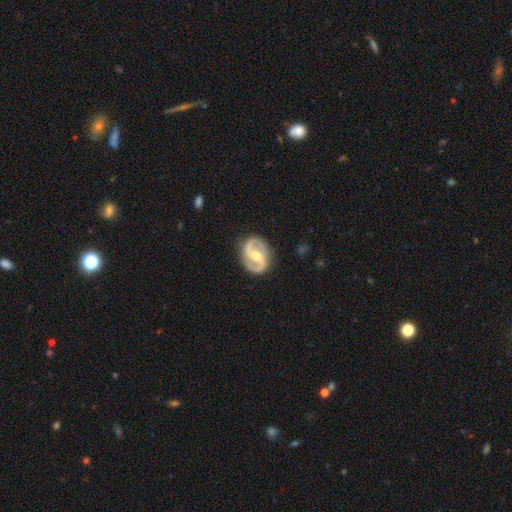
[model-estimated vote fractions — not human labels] smooth_or_featured: featured or disk (p=0.92) [alt: smooth p=0.05]
disk_edge_on: no (p=0.98) [alt: yes p=0.02]
bar: weak (p=0.39) [alt: strong p=0.36]
has_spiral_arms: yes (p=0.98) [alt: no p=0.02]
spiral_winding: medium (p=0.57) [alt: tight p=0.23]
spiral_arm_count: 2 (p=0.94) [alt: can't tell p=0.02]
bulge_size: moderate (p=0.63) [alt: small p=0.32]
merging: none (p=0.87) [alt: minor disturbance p=0.09]